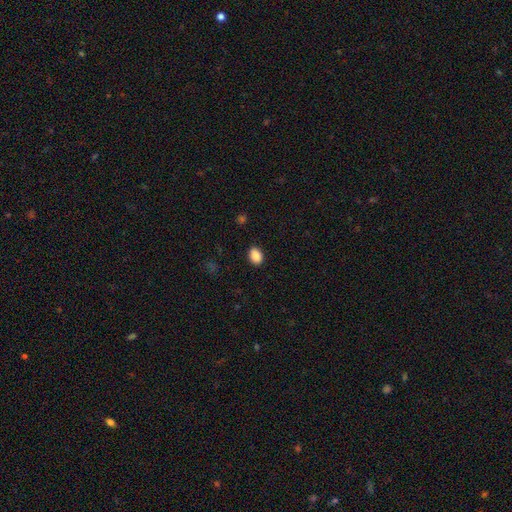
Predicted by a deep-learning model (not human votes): Overall: smooth (89%). How rounded: in between (77%). Merging: none (87%).